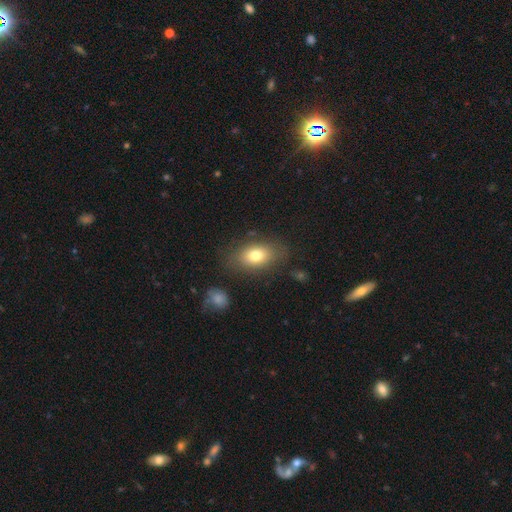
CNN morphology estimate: This appears to be a smooth galaxy with no disk features (76%) that is in between round and cigar-shaped (83%). Merging: none (77%).